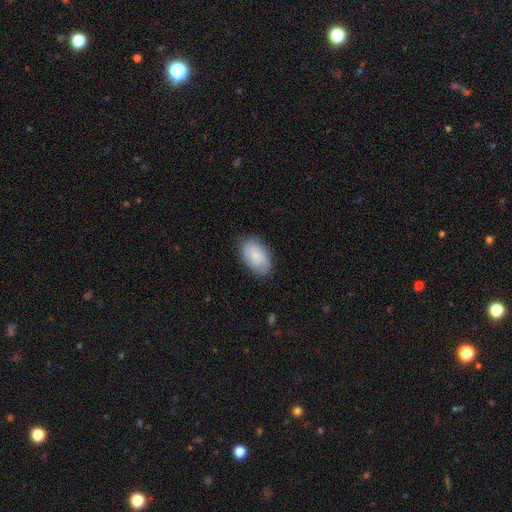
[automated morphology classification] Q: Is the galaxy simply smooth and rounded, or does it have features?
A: smooth — 80%.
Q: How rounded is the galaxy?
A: in between — 93%.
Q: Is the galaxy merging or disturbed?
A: none — 81%.